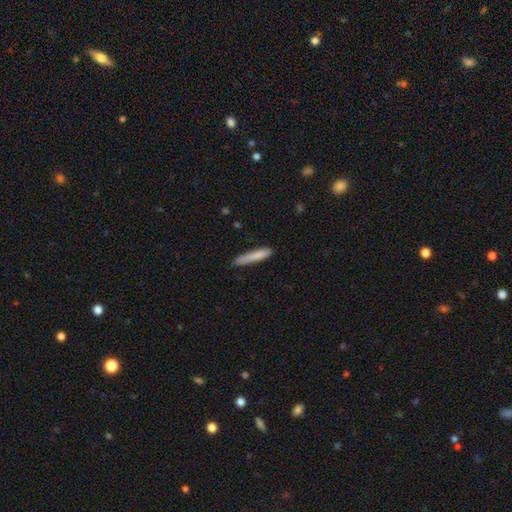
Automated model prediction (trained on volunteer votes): A smooth galaxy with no disk features (80%) that is cigar-shaped (92%).

Vote fractions:
- Smooth or featured? smooth: 80% / featured or disk: 13% / star or artifact: 7%
- How rounded? cigar-shaped: 92% / in between: 6% / round: 1%
- Merging? none: 73% / minor disturbance: 21% / major disturbance: 4% / merger: 2%